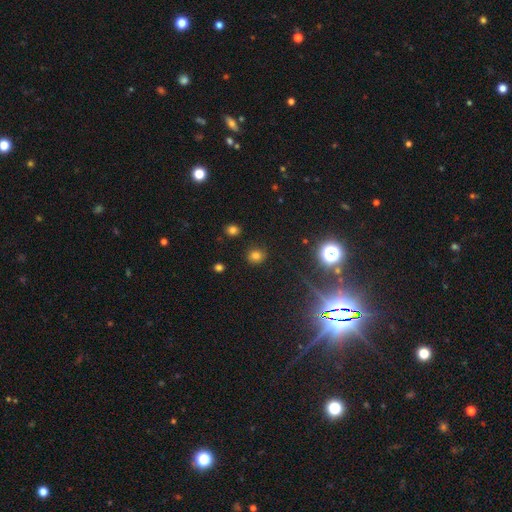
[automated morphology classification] smooth-or-featured: smooth: 73% | star or artifact: 21% | featured or disk: 6%
  how-rounded: round: 78% | in between: 21% | cigar-shaped: 1%
  merging: none: 86% | minor disturbance: 9% | major disturbance: 3% | merger: 2%